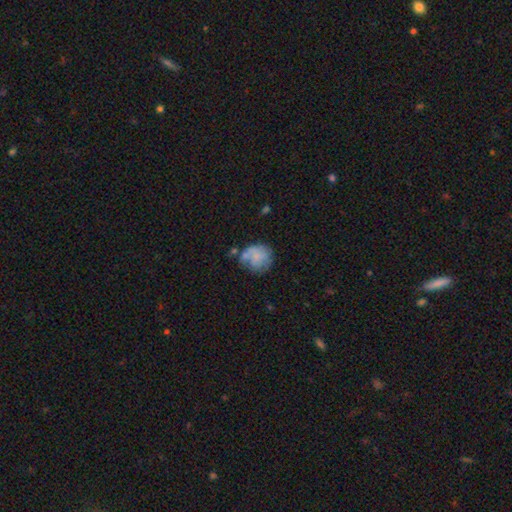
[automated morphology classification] This is likely a smooth galaxy (63%). How rounded: clearly round (80%). Merging: possibly none (47%).